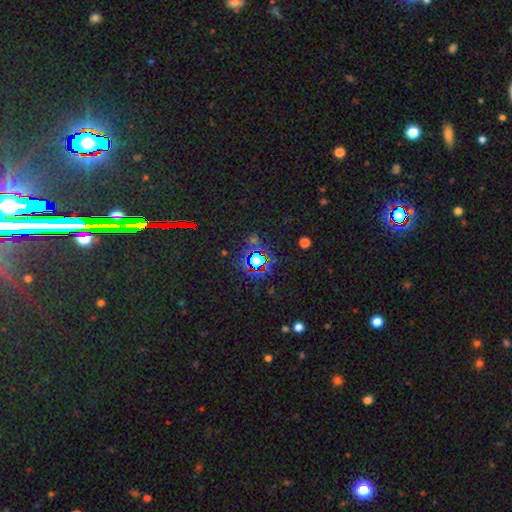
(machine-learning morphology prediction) smooth_or_featured: star or artifact (p=0.82) [alt: smooth p=0.10]